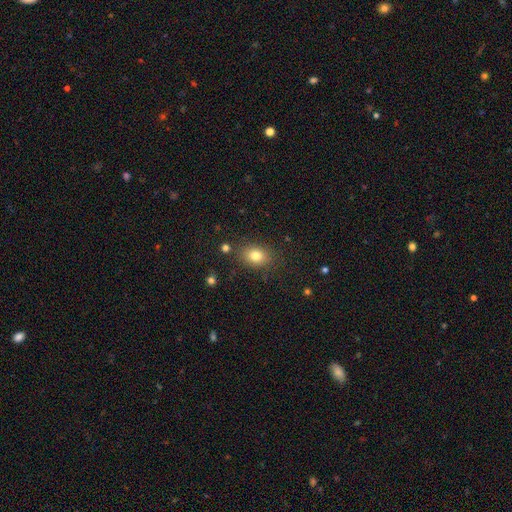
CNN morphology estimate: Overall: smooth (80%). How rounded: in between (67%; round 32%). Merging: none (82%).